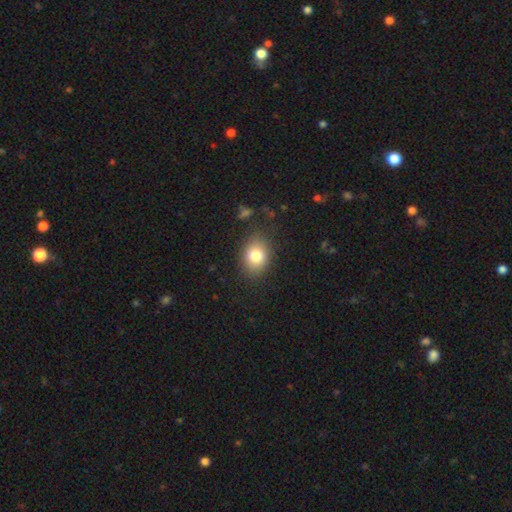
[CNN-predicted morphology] The model was most divided on "how rounded": in between: 63%, round: 36%, cigar-shaped: 1%. More confident: merging — none (83%); smooth or featured — smooth (80%).